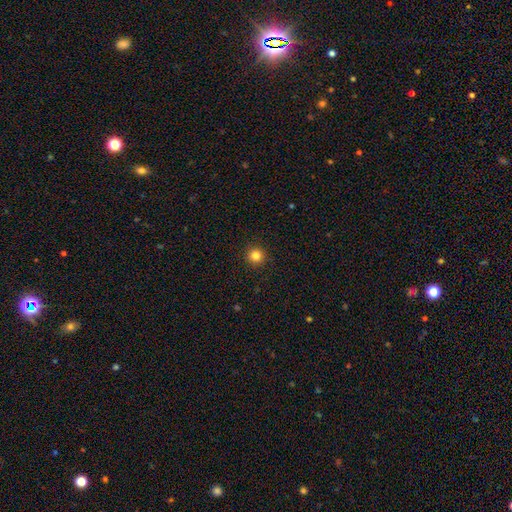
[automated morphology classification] Smooth or featured? smooth (83%)
How rounded? round (95%)
Merging? none (93%)